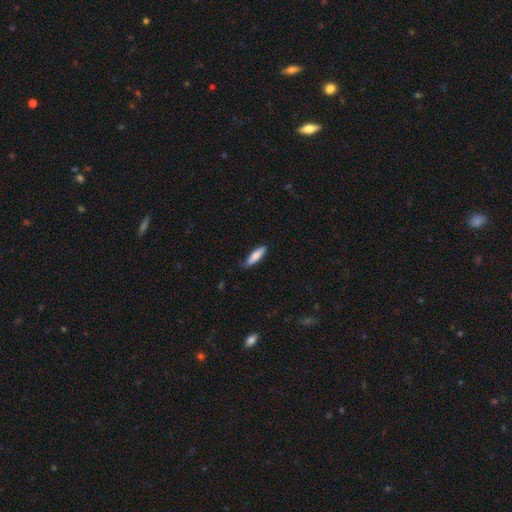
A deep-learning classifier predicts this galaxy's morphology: A smooth galaxy with no disk features (78%) that is cigar-shaped (70%). Merging: none (81%).